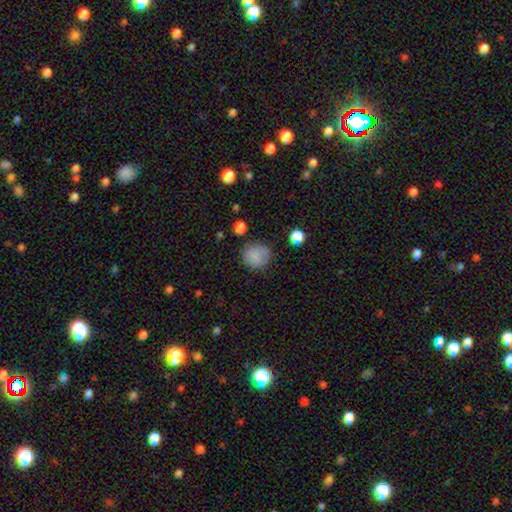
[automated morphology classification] Smooth or featured: smooth — 83% (star or artifact — 10%)
How rounded: round — 84% (in between — 15%)
Merging: none — 74% (minor disturbance — 18%)